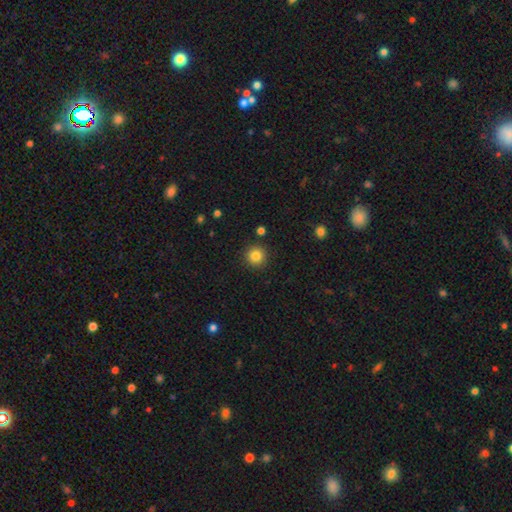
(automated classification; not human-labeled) A smooth galaxy with no disk features (84%) that is round (95%).

Vote fractions:
- Smooth or featured? smooth: 84% / star or artifact: 11% / featured or disk: 5%
- How rounded? round: 95% / in between: 4% / cigar-shaped: 1%
- Merging? none: 91% / minor disturbance: 6% / major disturbance: 2% / merger: 2%